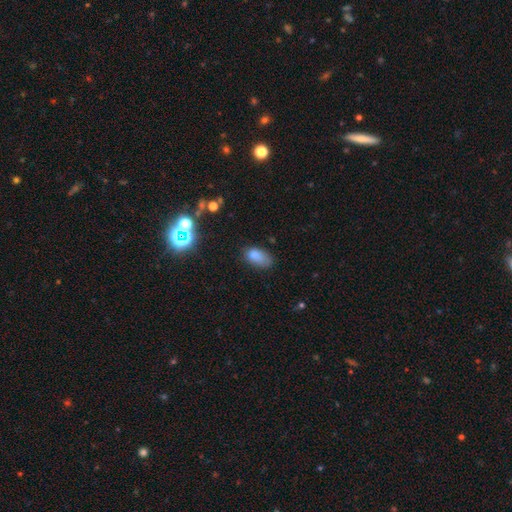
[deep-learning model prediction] Q: Smooth or featured?
A: smooth (79%); runner-up: star or artifact (13%)
Q: How rounded?
A: in between (91%); runner-up: round (7%)
Q: Merging?
A: none (57%); runner-up: minor disturbance (30%)